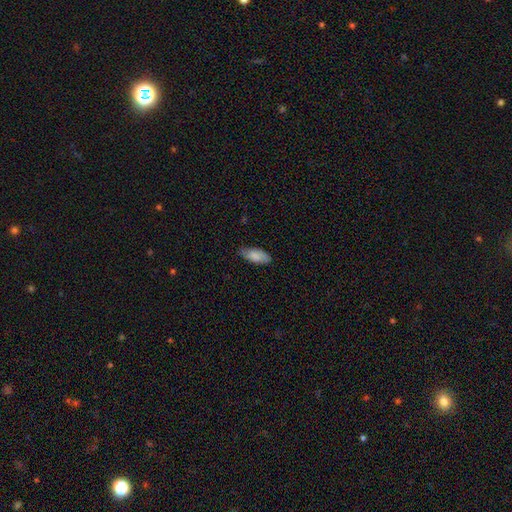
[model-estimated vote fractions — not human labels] smooth-or-featured: smooth: 81% | featured or disk: 12% | star or artifact: 6%
  how-rounded: in between: 86% | cigar-shaped: 13% | round: 2%
  merging: none: 75% | minor disturbance: 20% | major disturbance: 3% | merger: 1%